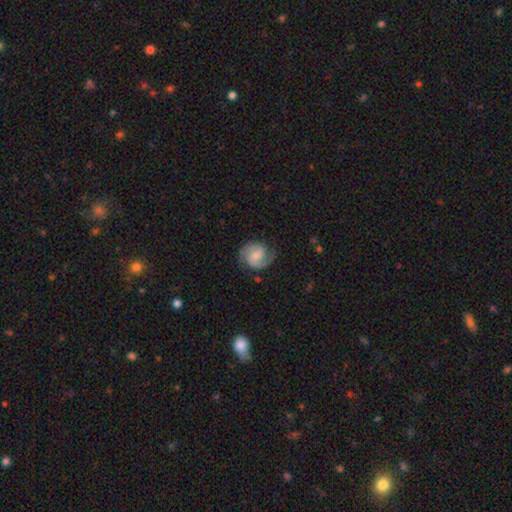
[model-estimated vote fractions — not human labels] Morphology: type=featured or disk (77%); edge-on=no (98%); bar=weak (46%); spiral arms=yes (96%); winding=medium (50%); arm count=2 (88%); bulge=small (53%); merging=none (76%).